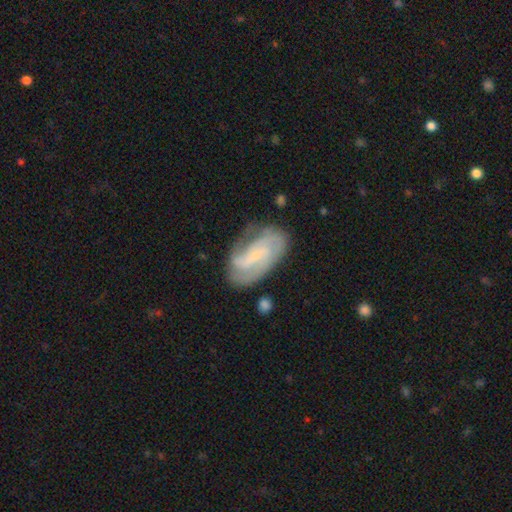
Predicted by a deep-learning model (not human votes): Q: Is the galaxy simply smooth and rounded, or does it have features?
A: featured or disk — 80%.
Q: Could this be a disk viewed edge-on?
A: no — 96%.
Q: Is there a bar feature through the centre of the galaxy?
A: weak — 44%.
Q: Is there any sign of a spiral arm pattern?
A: yes — 94%.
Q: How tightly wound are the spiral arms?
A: medium — 42%.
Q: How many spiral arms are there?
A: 2 — 40%.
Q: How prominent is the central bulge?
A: small — 73%.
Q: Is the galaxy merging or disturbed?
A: none — 69%.